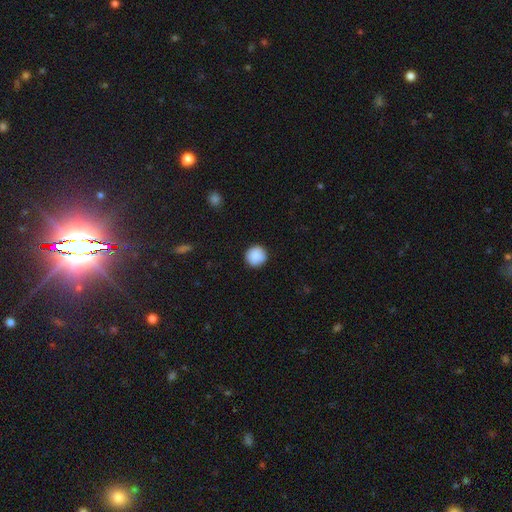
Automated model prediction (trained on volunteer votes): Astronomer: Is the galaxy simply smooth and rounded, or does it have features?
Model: smooth — 88%.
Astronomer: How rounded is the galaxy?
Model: round — 95%.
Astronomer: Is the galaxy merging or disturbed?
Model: none — 89%.